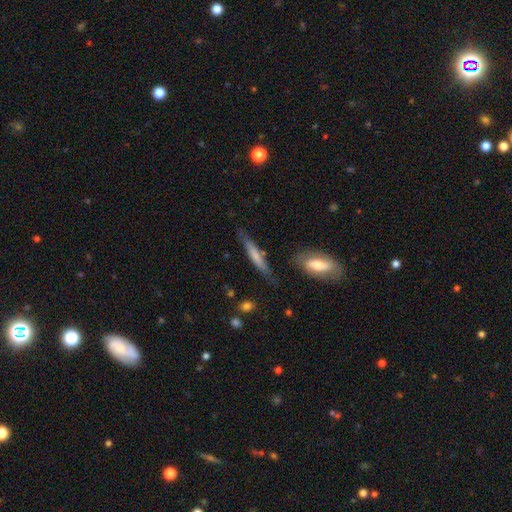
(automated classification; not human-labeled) smooth-or-featured: smooth: 62% | featured or disk: 32% | star or artifact: 6%
  how-rounded: cigar-shaped: 89% | in between: 9% | round: 2%
  merging: none: 75% | minor disturbance: 17% | merger: 5% | major disturbance: 4%